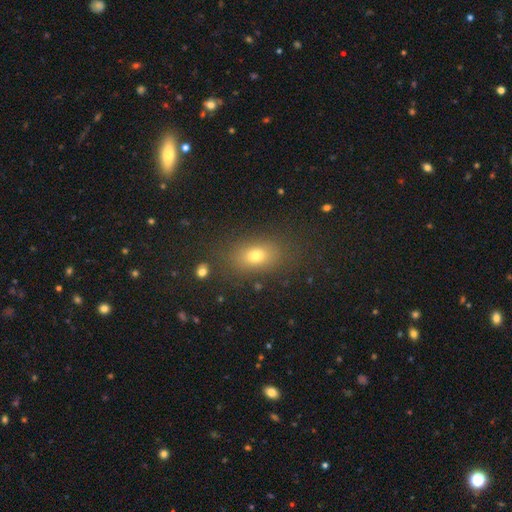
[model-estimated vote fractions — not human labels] Smooth or featured: smooth — 74% (star or artifact — 14%)
How rounded: in between — 78% (round — 19%)
Merging: none — 80% (minor disturbance — 12%)